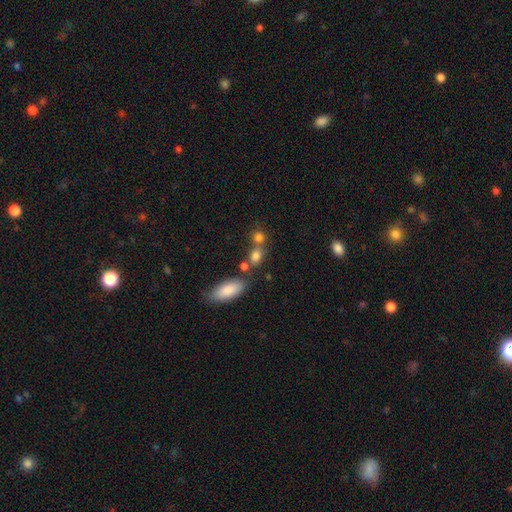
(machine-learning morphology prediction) This is likely a smooth galaxy (79%). How rounded: possibly in between (49%). Merging: possibly none (51%).